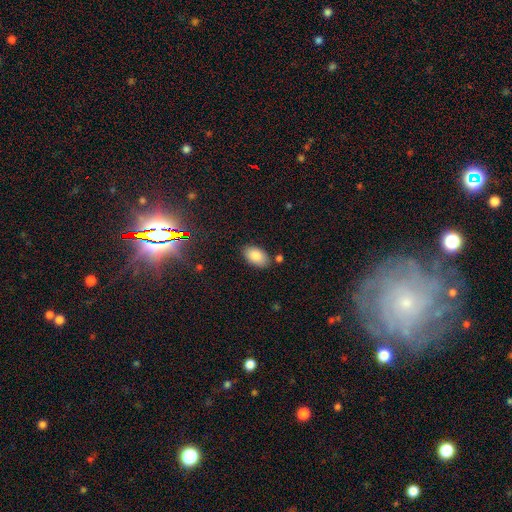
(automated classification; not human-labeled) This is clearly a smooth galaxy (85%). How rounded: clearly in between (94%). Merging: clearly none (82%).